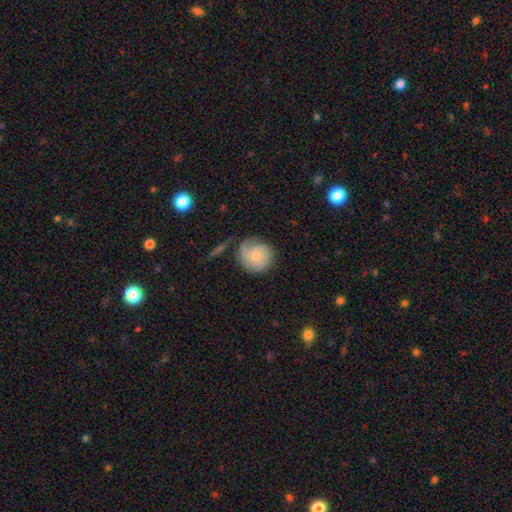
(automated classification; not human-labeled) A smooth galaxy with no disk features (59%) that is round (87%).

Vote fractions:
- Smooth or featured? smooth: 59% / featured or disk: 33% / star or artifact: 7%
- How rounded? round: 87% / in between: 12% / cigar-shaped: 1%
- Merging? none: 59% / minor disturbance: 24% / major disturbance: 12% / merger: 5%